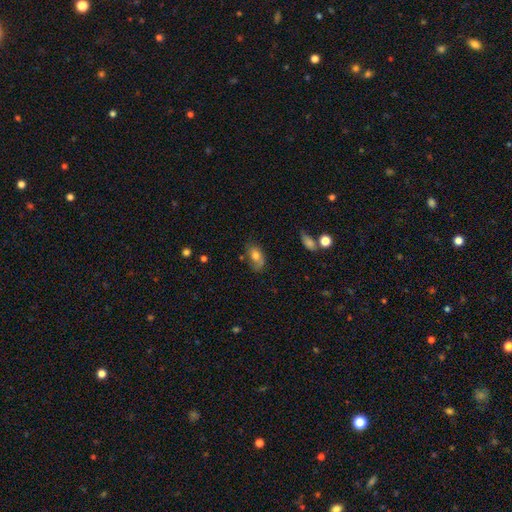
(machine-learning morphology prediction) Overall: smooth (60%; featured or disk 31%). How rounded: in between (88%). Merging: none (50%; minor disturbance 30%).